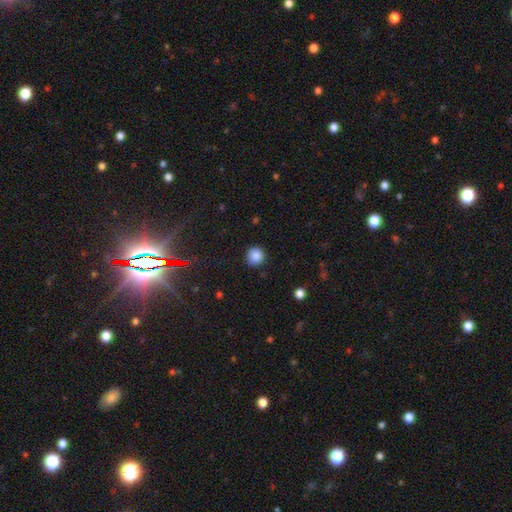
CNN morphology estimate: The model was most divided on "smooth or featured": smooth: 86%, star or artifact: 10%, featured or disk: 3%. More confident: how rounded — round (93%); merging — none (88%).